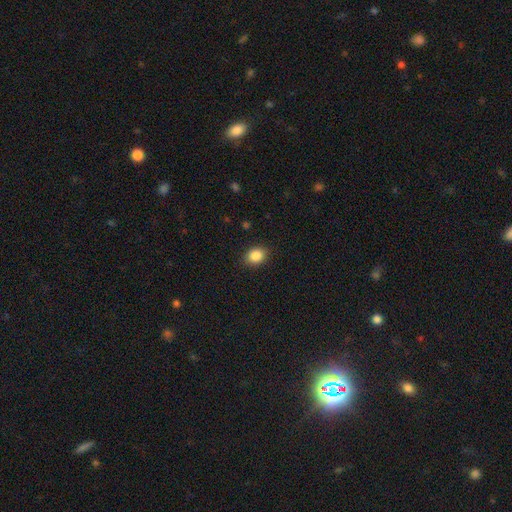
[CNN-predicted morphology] Smooth or featured? smooth (87%)
How rounded? in between (52%)
Merging? none (88%)